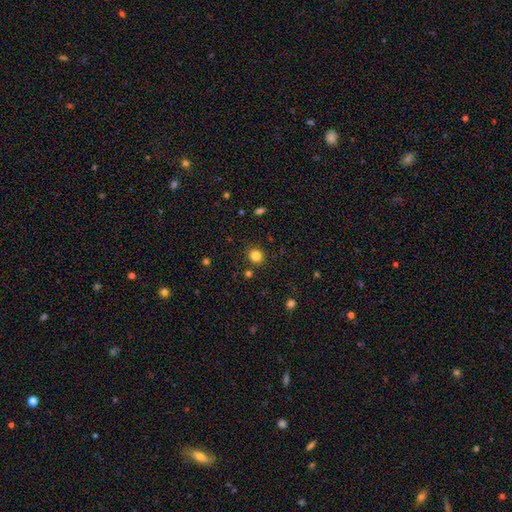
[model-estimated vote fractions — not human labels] Morphology: type=smooth (82%); roundness=round (84%); merging=none (86%).